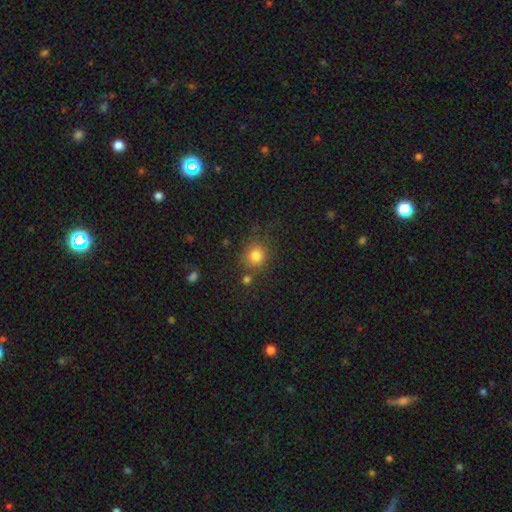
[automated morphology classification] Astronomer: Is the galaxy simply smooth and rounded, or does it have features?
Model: smooth — 81%.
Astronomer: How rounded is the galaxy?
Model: round — 84%.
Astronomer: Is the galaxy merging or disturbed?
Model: none — 73%.